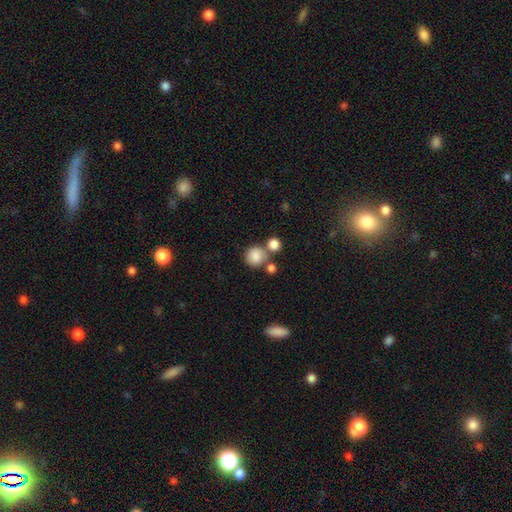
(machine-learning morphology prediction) Smooth or featured? smooth (84%)
How rounded? round (86%)
Merging? none (57%)